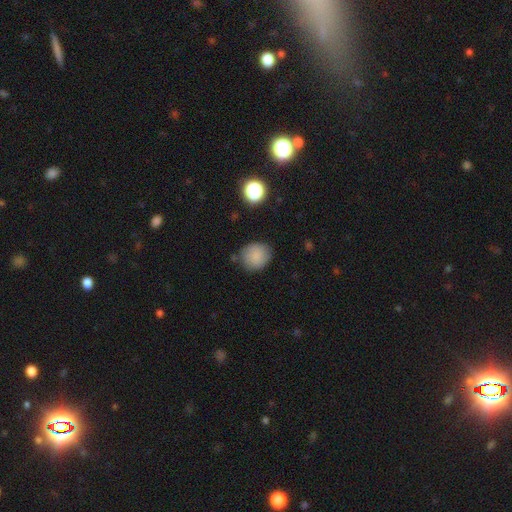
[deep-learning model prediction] Smooth or featured?
  - smooth: 84% *
  - star or artifact: 9%
  - featured or disk: 6%
How rounded?
  - round: 77% *
  - in between: 22%
  - cigar-shaped: 1%
Merging?
  - none: 77% *
  - minor disturbance: 16%
  - major disturbance: 4%
  - merger: 3%